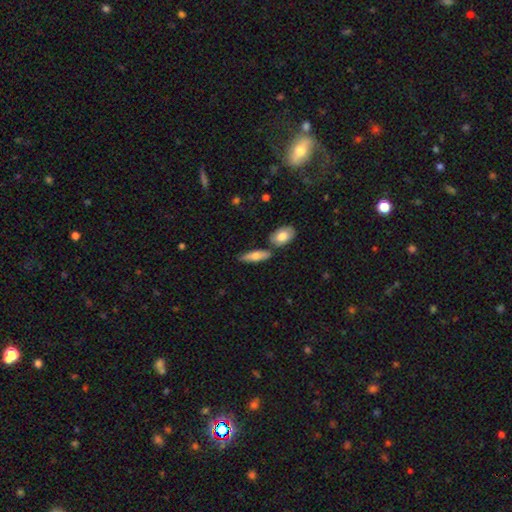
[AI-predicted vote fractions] This is likely a smooth galaxy (68%). How rounded: possibly in between (52%). Merging: likely none (69%).